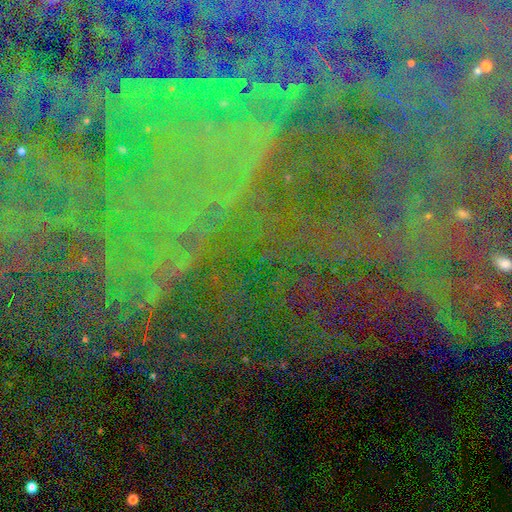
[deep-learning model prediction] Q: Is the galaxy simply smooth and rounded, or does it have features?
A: star or artifact — 81%.